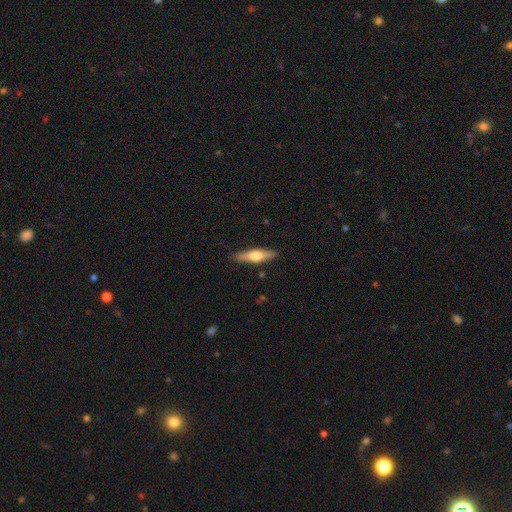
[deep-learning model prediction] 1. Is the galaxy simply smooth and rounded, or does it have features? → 54% featured or disk, 41% smooth, 5% star or artifact.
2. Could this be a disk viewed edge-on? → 94% yes, 6% no.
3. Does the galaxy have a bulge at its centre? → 93% rounded, 4% boxy, 2% none.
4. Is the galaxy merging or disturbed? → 88% none, 9% minor disturbance, 2% major disturbance, 1% merger.